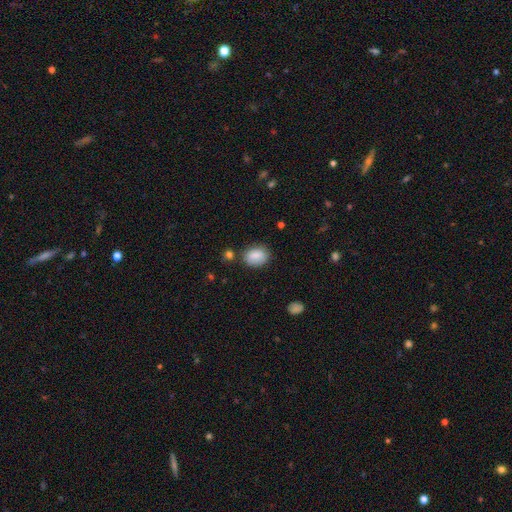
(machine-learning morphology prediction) This is clearly a smooth galaxy (86%). How rounded: likely in between (70%). Merging: likely none (77%).